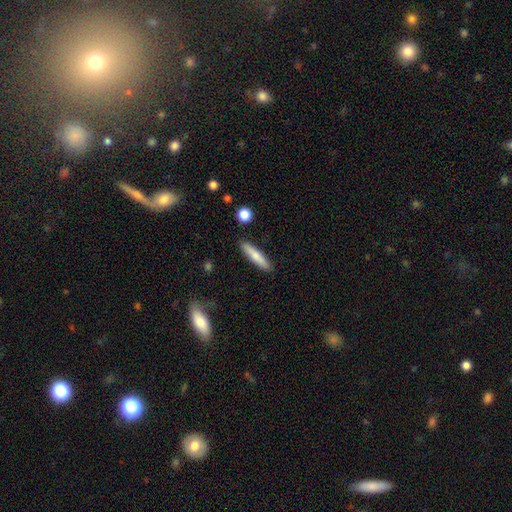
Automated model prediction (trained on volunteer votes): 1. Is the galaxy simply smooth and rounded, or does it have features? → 74% smooth, 20% featured or disk, 6% star or artifact.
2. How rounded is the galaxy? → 85% cigar-shaped, 13% in between, 2% round.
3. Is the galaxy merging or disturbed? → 89% none, 7% minor disturbance, 2% major disturbance, 2% merger.